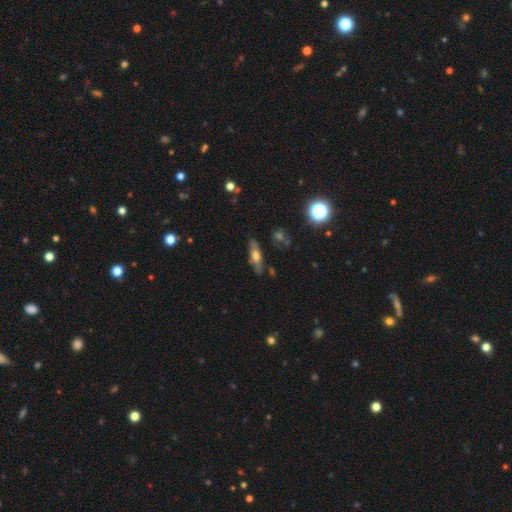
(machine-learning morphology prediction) This appears to be a smooth galaxy with no disk features (48%). Merging: none (77%).